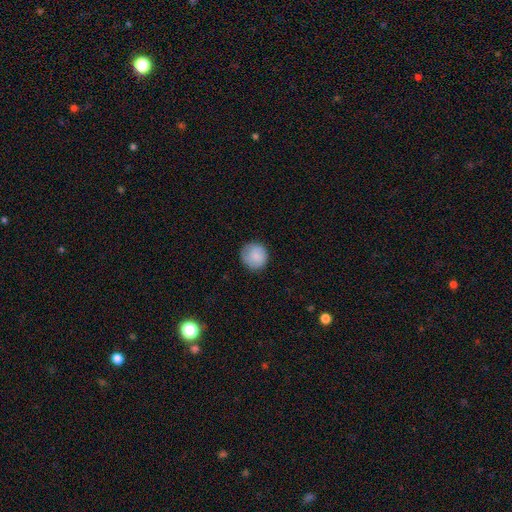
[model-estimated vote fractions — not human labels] This appears to be a smooth galaxy with no disk features (85%) that is round (93%). Merging: none (82%).